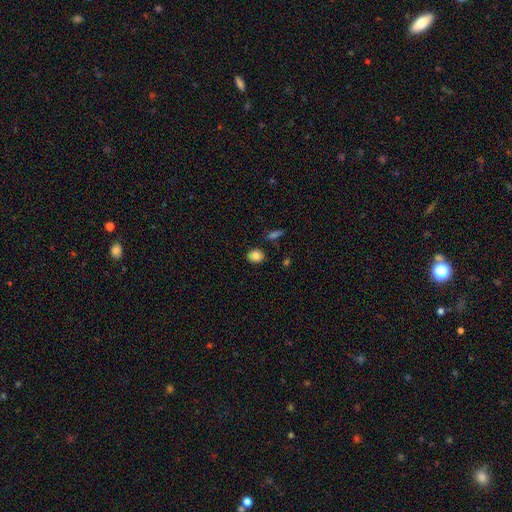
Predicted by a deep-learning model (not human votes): smooth_or_featured: smooth (p=0.84) [alt: star or artifact p=0.10]
how_rounded: round (p=0.67) [alt: in between p=0.32]
merging: none (p=0.86) [alt: minor disturbance p=0.09]